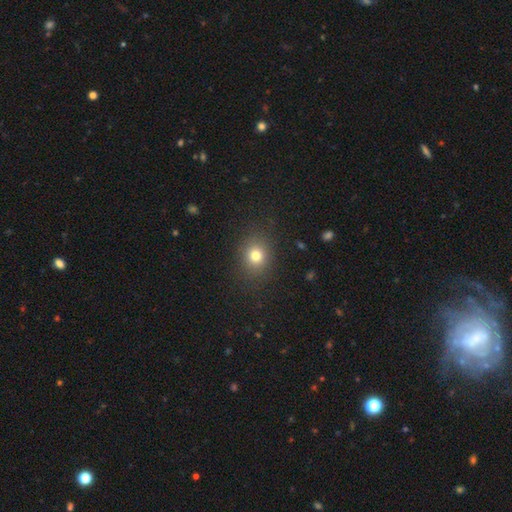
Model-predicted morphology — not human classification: Smooth or featured?
  - smooth: 77% *
  - star or artifact: 15%
  - featured or disk: 8%
How rounded?
  - round: 67% *
  - in between: 32%
  - cigar-shaped: 1%
Merging?
  - none: 87% *
  - minor disturbance: 8%
  - major disturbance: 4%
  - merger: 1%